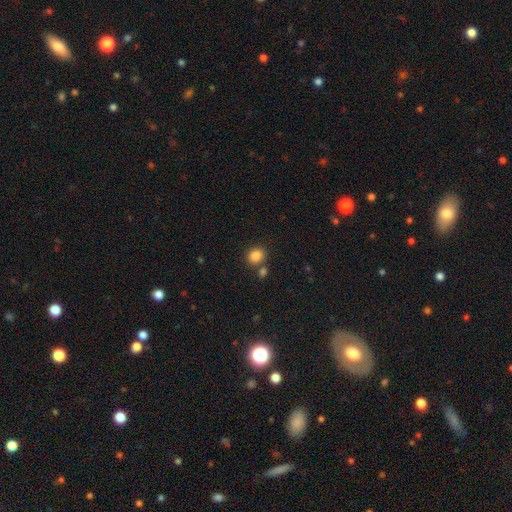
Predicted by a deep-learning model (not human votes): The model was most divided on "how rounded": round: 70%, in between: 29%, cigar-shaped: 1%. More confident: smooth or featured — smooth (85%); merging — none (71%).